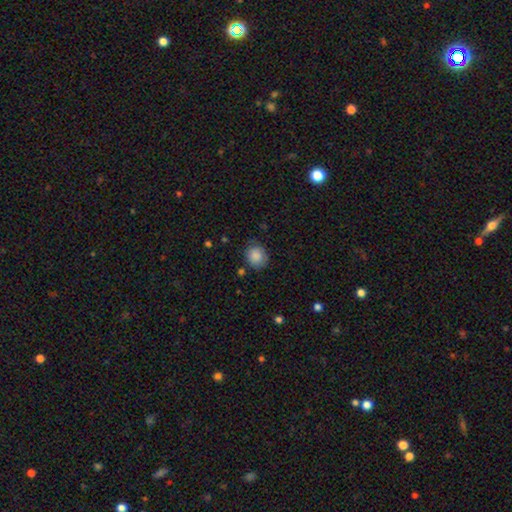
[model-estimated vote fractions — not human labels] smooth 87%, star or artifact 8%, featured or disk 5%. Down the decision tree: how rounded — round (75%); merging — none (77%).